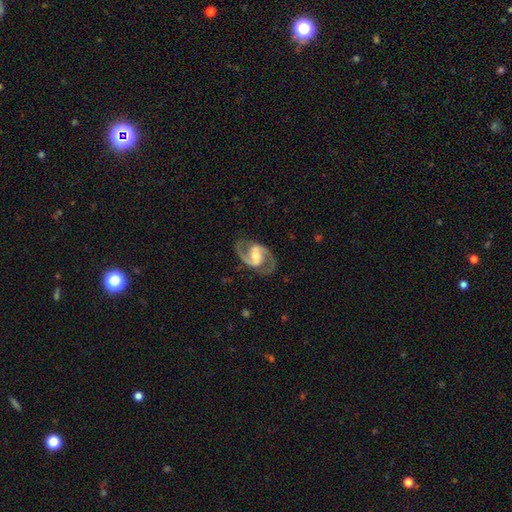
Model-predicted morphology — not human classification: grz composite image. It shows a featured or disk galaxy (92%) with a weak bar (47%), 2 (94%) medium (65%) spiral arms (98%) and a moderate central bulge (55%). Merging: none (83%).